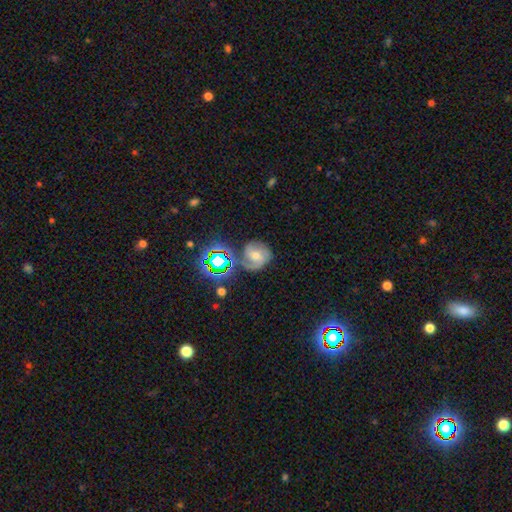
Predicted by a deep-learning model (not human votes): Smooth or featured? Predicted: featured or disk (p=0.63). Edge-on disk? Predicted: no (p=0.97). Bar? Predicted: weak (p=0.42). Spiral arms? Predicted: yes (p=0.93). Spiral winding? Predicted: medium (p=0.45). Spiral arm count? Predicted: 2 (p=0.60). Bulge size? Predicted: moderate (p=0.55). Merging? Predicted: none (p=0.65).